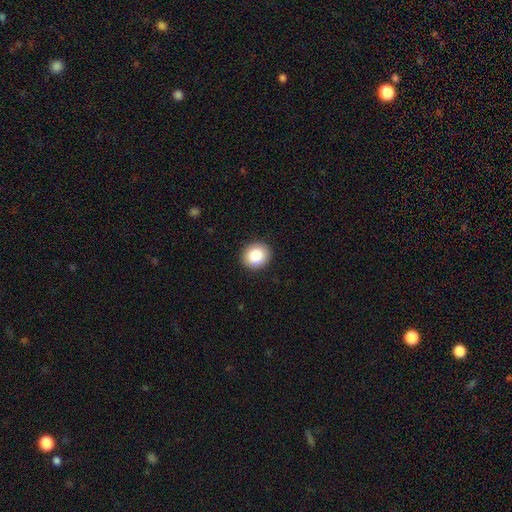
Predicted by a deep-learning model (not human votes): Q: Smooth or featured?
A: smooth (88%); runner-up: star or artifact (8%)
Q: How rounded?
A: round (83%); runner-up: in between (16%)
Q: Merging?
A: none (90%); runner-up: minor disturbance (7%)